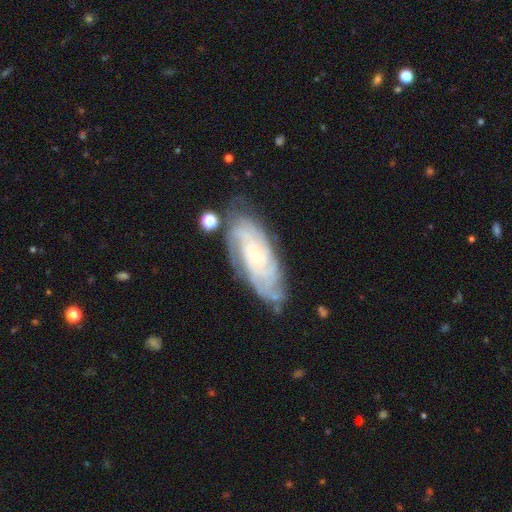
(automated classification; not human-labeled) Smooth or featured?
  - featured or disk: 85% *
  - smooth: 9%
  - star or artifact: 6%
Edge-on disk?
  - no: 93% *
  - yes: 7%
Bar?
  - no: 73% *
  - weak: 21%
  - strong: 6%
Spiral arms?
  - yes: 97% *
  - no: 3%
Spiral winding?
  - tight: 75% *
  - medium: 21%
  - loose: 4%
Spiral arm count?
  - can't tell: 30% *
  - 4: 26%
  - 3: 17%
  - 2: 12%
  - more than 4: 9%
  - 1: 5%
Bulge size?
  - small: 82% *
  - moderate: 13%
  - none: 3%
  - large: 1%
  - dominant: 1%
Merging?
  - none: 72% *
  - minor disturbance: 19%
  - major disturbance: 6%
  - merger: 3%